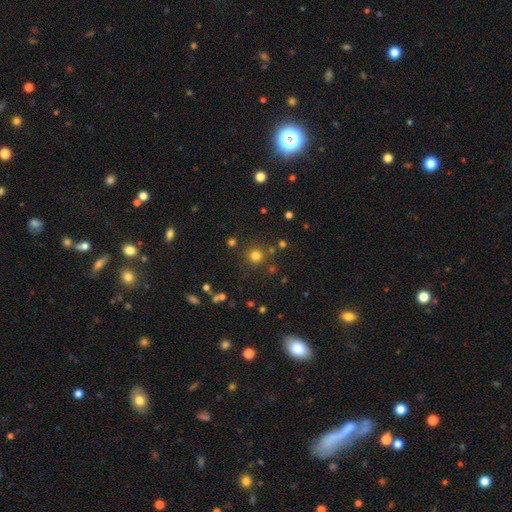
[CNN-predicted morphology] A smooth galaxy with no disk features (76%) that is round (94%).

Vote fractions:
- Smooth or featured? smooth: 76% / star or artifact: 18% / featured or disk: 6%
- How rounded? round: 94% / in between: 5% / cigar-shaped: 1%
- Merging? none: 84% / minor disturbance: 7% / merger: 5% / major disturbance: 3%